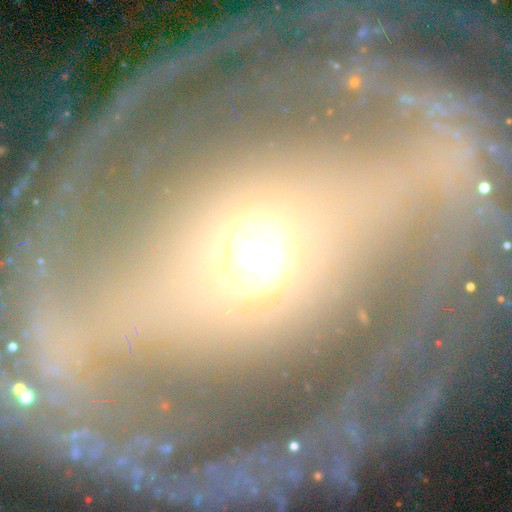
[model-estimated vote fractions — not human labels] A featured or disk galaxy (66%) with no bar (41%), spiral arms (61%) and a moderate central bulge (59%). Merging: none (61%).